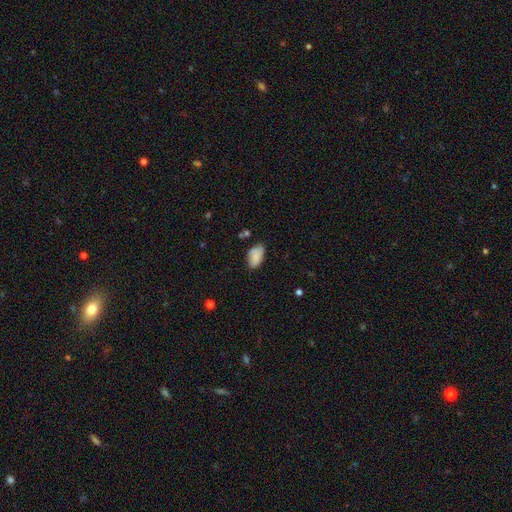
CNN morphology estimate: Overall: smooth (86%). How rounded: in between (94%). Merging: none (71%).